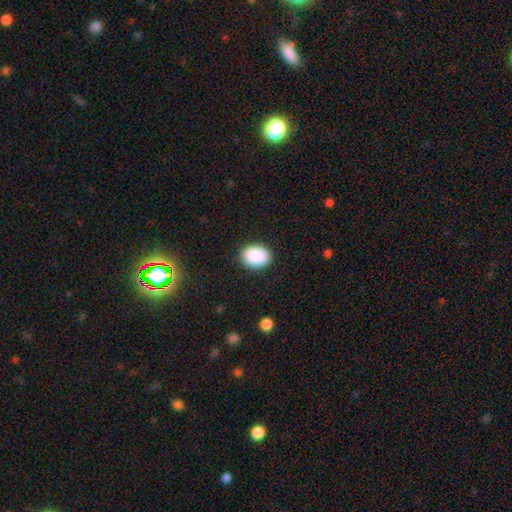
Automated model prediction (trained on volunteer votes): smooth_or_featured: smooth (p=0.90) [alt: star or artifact p=0.07]
how_rounded: in between (p=0.73) [alt: round p=0.26]
merging: none (p=0.89) [alt: minor disturbance p=0.08]